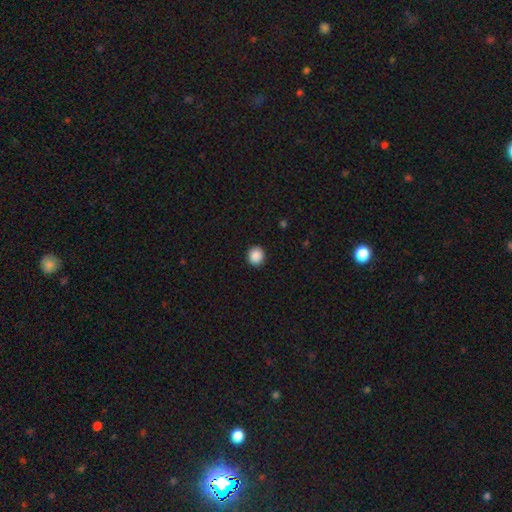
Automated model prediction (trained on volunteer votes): This is clearly a smooth galaxy (89%). How rounded: clearly round (89%). Merging: clearly none (92%).